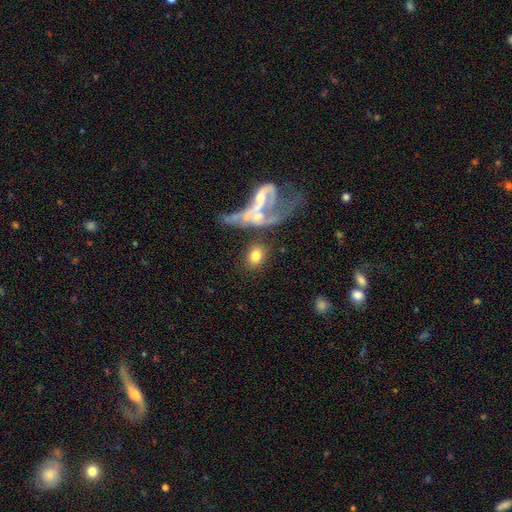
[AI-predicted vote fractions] Q: Smooth or featured?
A: smooth (72%); runner-up: featured or disk (20%)
Q: How rounded?
A: in between (63%); runner-up: round (34%)
Q: Merging?
A: none (57%); runner-up: merger (21%)